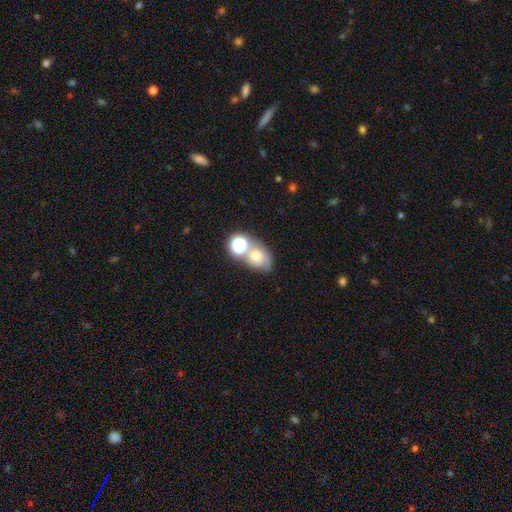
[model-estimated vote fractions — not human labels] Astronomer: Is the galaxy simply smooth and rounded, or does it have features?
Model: smooth — 50% (runner-up: featured or disk, 29%).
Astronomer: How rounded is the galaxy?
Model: in between — 57% (runner-up: round, 42%).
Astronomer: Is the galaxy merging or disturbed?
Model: none — 40% (runner-up: merger, 37%).